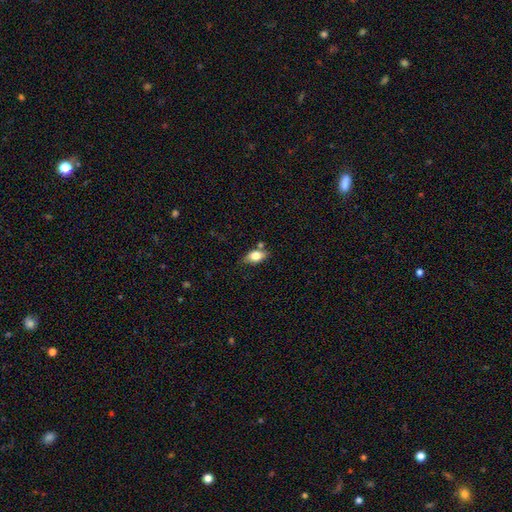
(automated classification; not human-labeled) The model was most divided on "merging": none: 67%, minor disturbance: 19%, merger: 10%, major disturbance: 4%. More confident: how rounded — in between (87%); smooth or featured — smooth (78%).